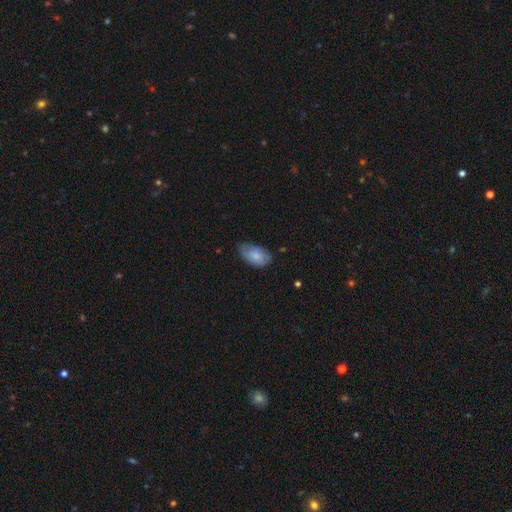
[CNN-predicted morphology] Overall: smooth (75%). How rounded: in between (93%). Merging: none (62%; minor disturbance 31%).